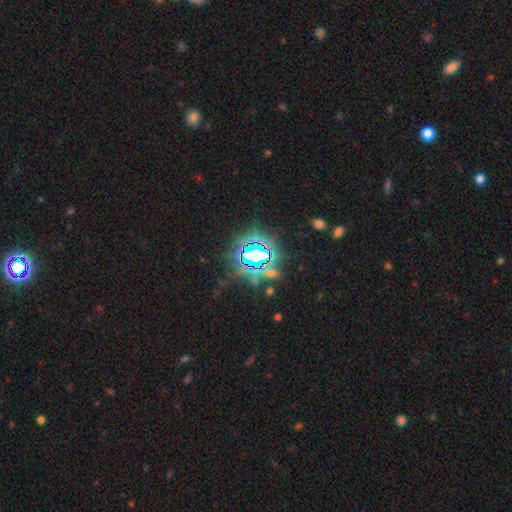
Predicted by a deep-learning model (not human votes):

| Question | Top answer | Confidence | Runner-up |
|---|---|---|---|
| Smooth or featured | star or artifact | 79% | smooth (11%) |